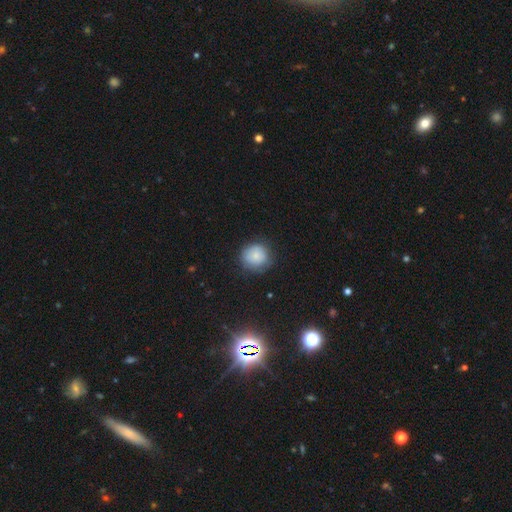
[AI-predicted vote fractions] Smooth or featured? Predicted: smooth (p=0.81). How rounded? Predicted: round (p=0.88). Merging? Predicted: none (p=0.78).